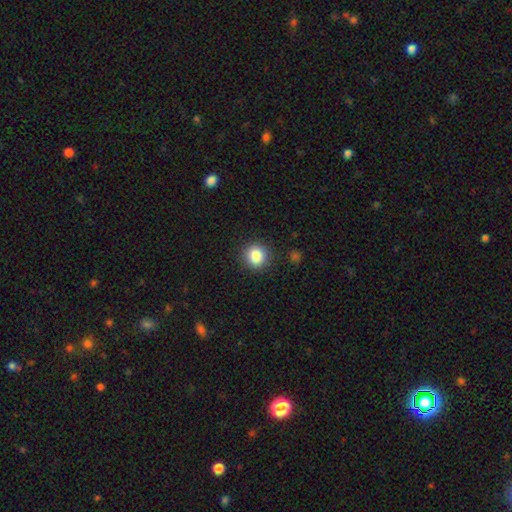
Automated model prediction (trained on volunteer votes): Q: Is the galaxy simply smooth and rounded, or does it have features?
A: smooth — 85%.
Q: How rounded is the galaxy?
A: round — 91%.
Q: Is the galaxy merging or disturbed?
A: none — 90%.